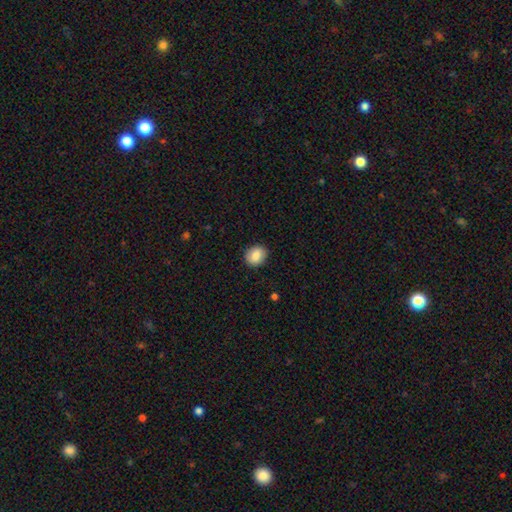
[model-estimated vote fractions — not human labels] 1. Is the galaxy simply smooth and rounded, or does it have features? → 85% smooth, 8% star or artifact, 7% featured or disk.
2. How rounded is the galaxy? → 60% round, 39% in between, 1% cigar-shaped.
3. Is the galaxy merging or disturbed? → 89% none, 8% minor disturbance, 2% major disturbance, 1% merger.